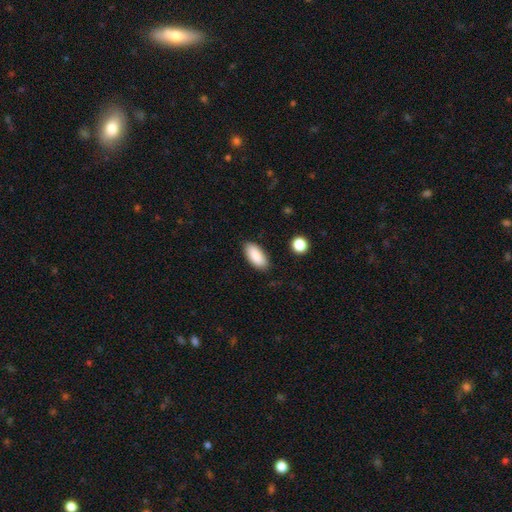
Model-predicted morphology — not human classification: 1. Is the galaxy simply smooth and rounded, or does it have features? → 88% smooth, 6% star or artifact, 6% featured or disk.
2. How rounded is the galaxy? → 89% in between, 9% cigar-shaped, 2% round.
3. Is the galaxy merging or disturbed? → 86% none, 10% minor disturbance, 2% major disturbance, 1% merger.